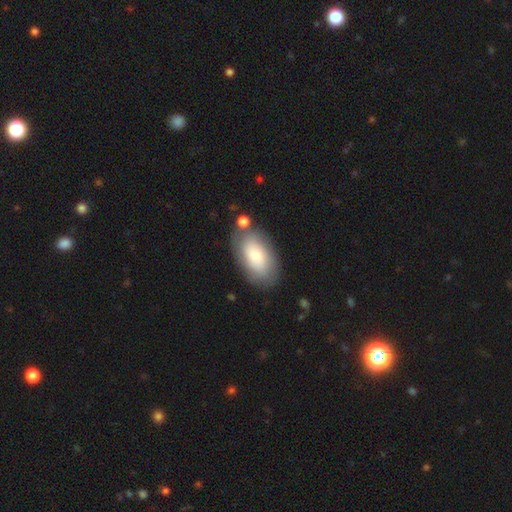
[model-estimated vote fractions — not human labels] Morphology: type=smooth (72%); roundness=in between (94%); merging=none (71%).